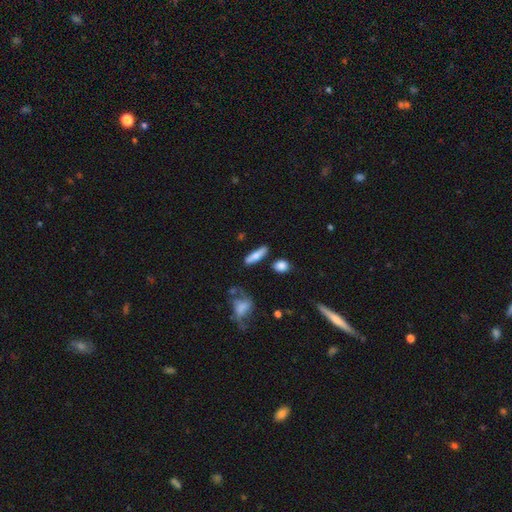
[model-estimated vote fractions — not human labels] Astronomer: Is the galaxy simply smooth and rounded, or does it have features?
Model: smooth — 63%.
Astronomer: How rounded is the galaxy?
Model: cigar-shaped — 69%.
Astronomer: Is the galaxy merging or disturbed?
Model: none — 75%.